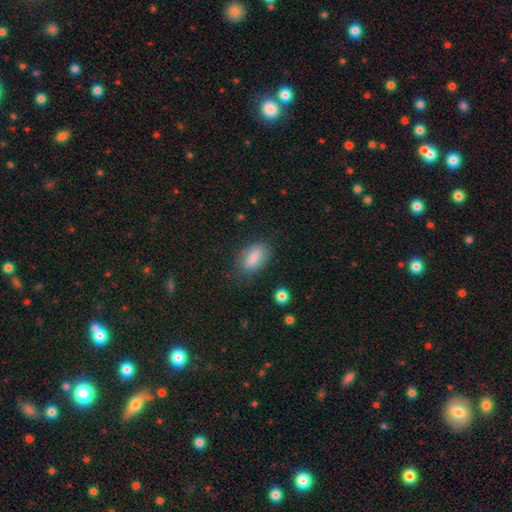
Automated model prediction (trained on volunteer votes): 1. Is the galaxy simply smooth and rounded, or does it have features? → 82% smooth, 10% star or artifact, 9% featured or disk.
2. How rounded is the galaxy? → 87% in between, 9% cigar-shaped, 4% round.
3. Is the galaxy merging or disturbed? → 78% none, 16% minor disturbance, 4% major disturbance, 1% merger.